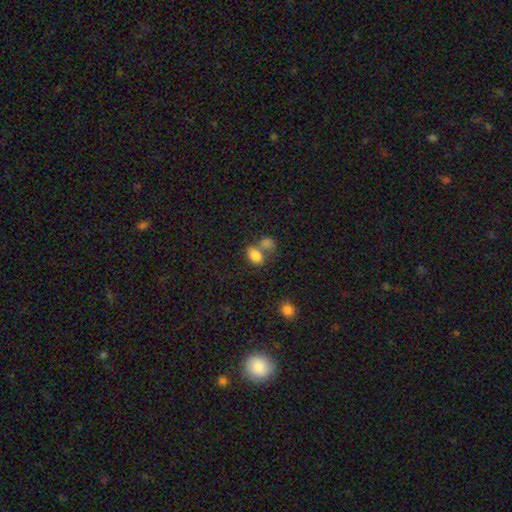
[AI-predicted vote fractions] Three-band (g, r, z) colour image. It shows a smooth galaxy with no disk features (82%) that is in between round and cigar-shaped (81%). Merging: merger (47%).